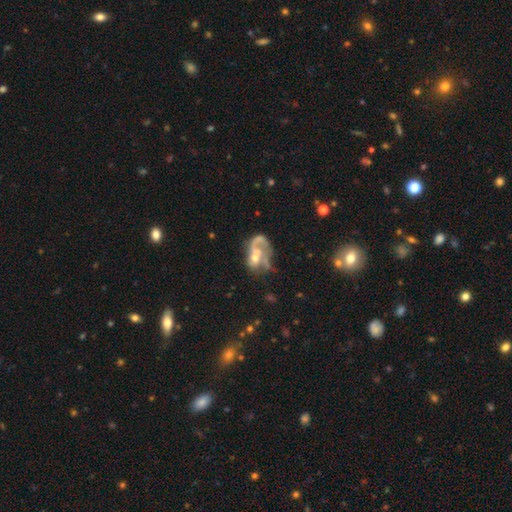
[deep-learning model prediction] Overall: featured or disk (66%). Edge-on disk: no (96%). Bar: no (71%). Spiral arms: yes (60%; no 40%). Bulge size: moderate (45%; small 37%). Merging: major disturbance (36%; none 28%).